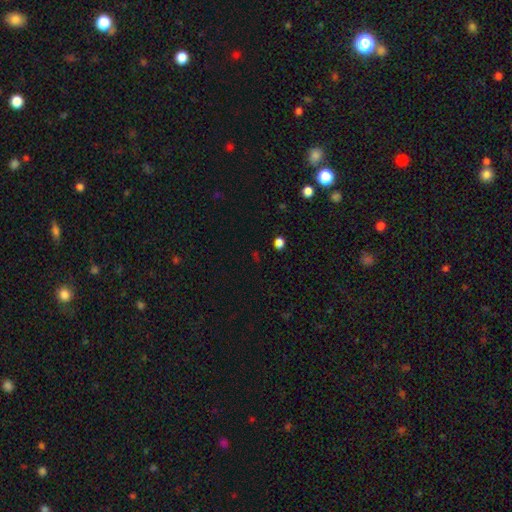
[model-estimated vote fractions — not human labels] star or artifact 48%, smooth 46%, featured or disk 6%.